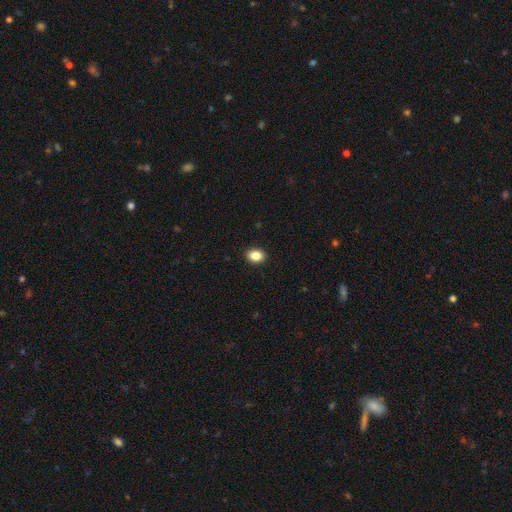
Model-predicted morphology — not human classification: Smooth or featured: smooth — 86% (star or artifact — 9%)
How rounded: in between — 72% (round — 27%)
Merging: none — 91% (minor disturbance — 6%)